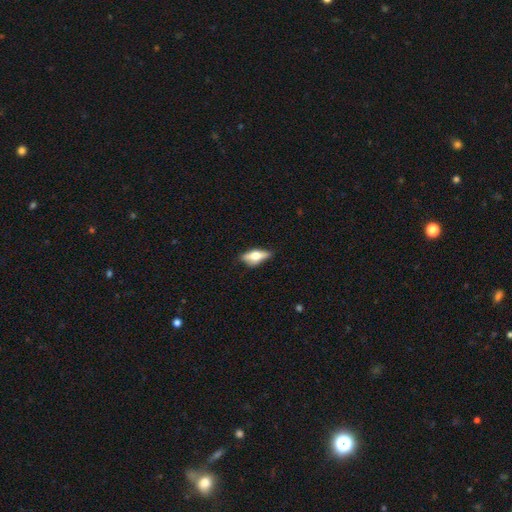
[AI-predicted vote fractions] Morphology: type=smooth (47%); merging=none (66%).